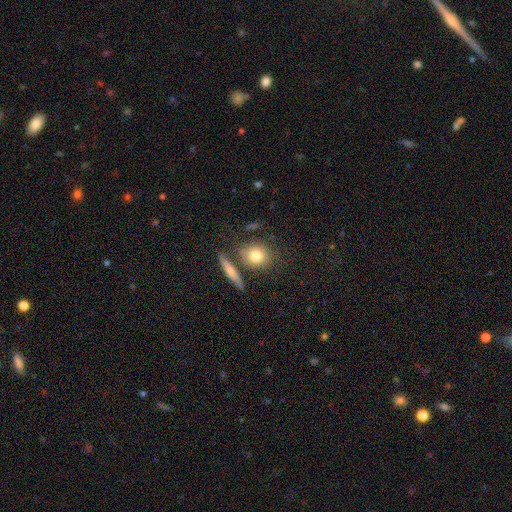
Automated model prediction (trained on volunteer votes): A smooth galaxy with no disk features (78%) that is round (75%). Merging: none (69%).